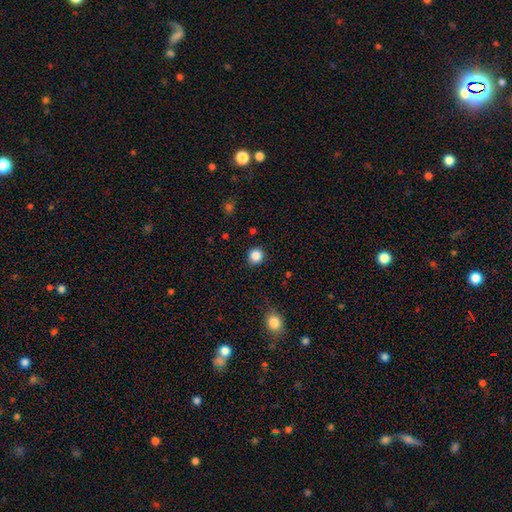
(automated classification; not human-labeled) A smooth galaxy with no disk features (86%) that is round (92%).

Vote fractions:
- Smooth or featured? smooth: 86% / star or artifact: 11% / featured or disk: 3%
- How rounded? round: 92% / in between: 7% / cigar-shaped: 1%
- Merging? none: 90% / minor disturbance: 6% / major disturbance: 2% / merger: 1%